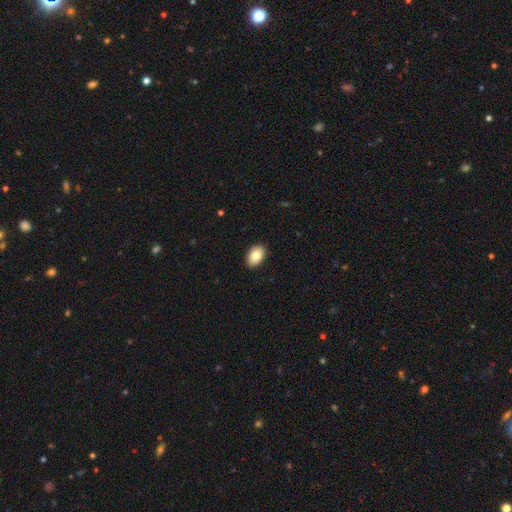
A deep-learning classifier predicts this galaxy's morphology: This is clearly a smooth galaxy (83%). How rounded: clearly in between (84%). Merging: clearly none (91%).